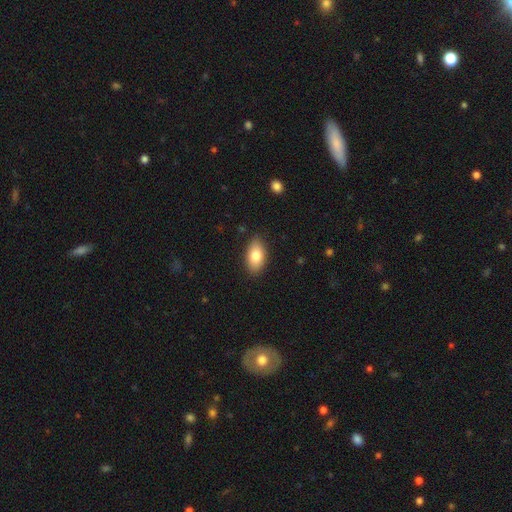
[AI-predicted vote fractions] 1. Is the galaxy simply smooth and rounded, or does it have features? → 82% smooth, 12% featured or disk, 7% star or artifact.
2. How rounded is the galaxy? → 92% in between, 4% round, 4% cigar-shaped.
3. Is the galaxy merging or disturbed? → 85% none, 12% minor disturbance, 2% major disturbance, 1% merger.